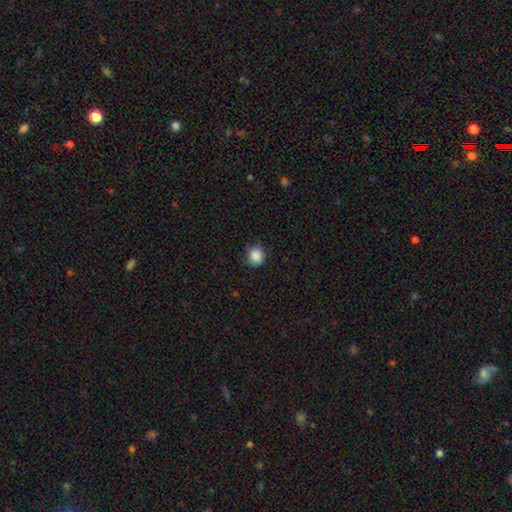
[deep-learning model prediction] Morphology: type=smooth (88%); roundness=round (89%); merging=none (82%).